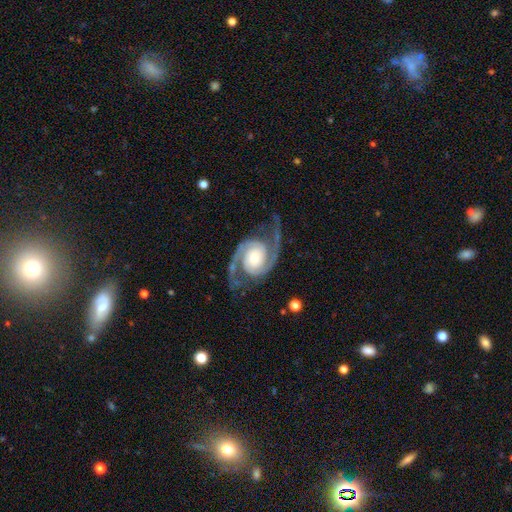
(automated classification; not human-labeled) smooth-or-featured: featured or disk: 93% | star or artifact: 4% | smooth: 3%
  disk-edge-on: no: 98% | yes: 2%
    bar: no: 63% | weak: 25% | strong: 12%
    has-spiral-arms: yes: 99% | no: 1%
      spiral-winding: medium: 54% | tight: 34% | loose: 12%
      spiral-arm-count: 2: 94% | 3: 2% | can't tell: 1% | 1: 1% | 4: 1% | more than 4: 1%
    bulge-size: moderate: 43% | small: 30% | large: 19% | none: 4% | dominant: 3%
  merging: none: 80% | minor disturbance: 13% | major disturbance: 6% | merger: 1%